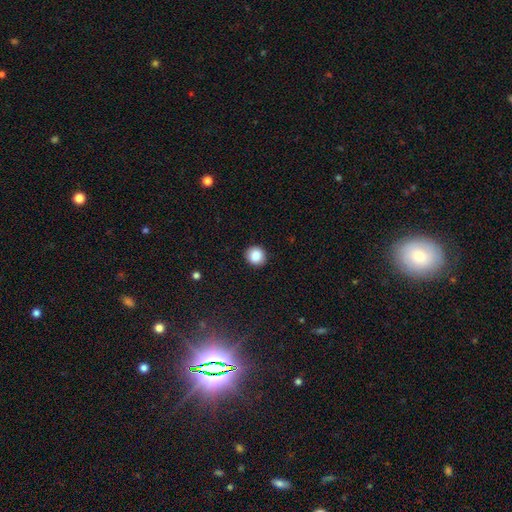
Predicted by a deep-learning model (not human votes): smooth 88%, star or artifact 9%, featured or disk 3%. Down the decision tree: how rounded — round (91%); merging — none (91%).